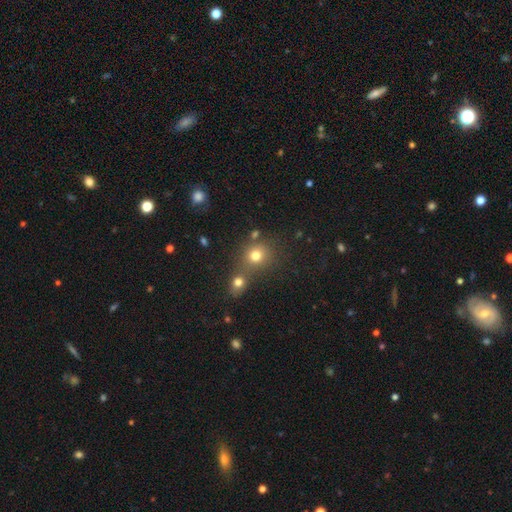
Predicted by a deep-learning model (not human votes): Q: Smooth or featured?
A: smooth (75%); runner-up: star or artifact (16%)
Q: How rounded?
A: round (81%); runner-up: in between (18%)
Q: Merging?
A: none (52%); runner-up: merger (36%)